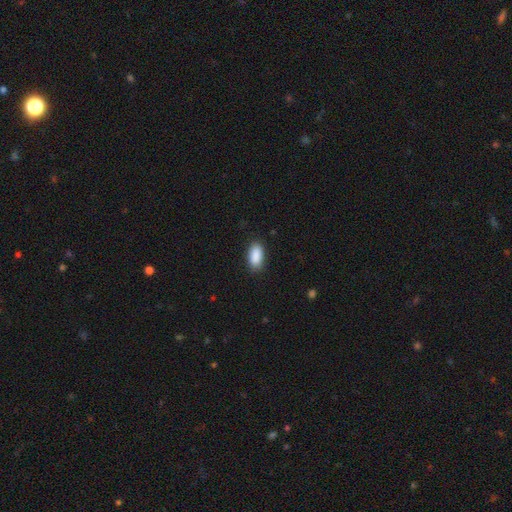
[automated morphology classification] smooth-or-featured: smooth: 91% | star or artifact: 6% | featured or disk: 3%
  how-rounded: in between: 92% | cigar-shaped: 5% | round: 3%
  merging: none: 88% | minor disturbance: 9% | major disturbance: 2% | merger: 1%